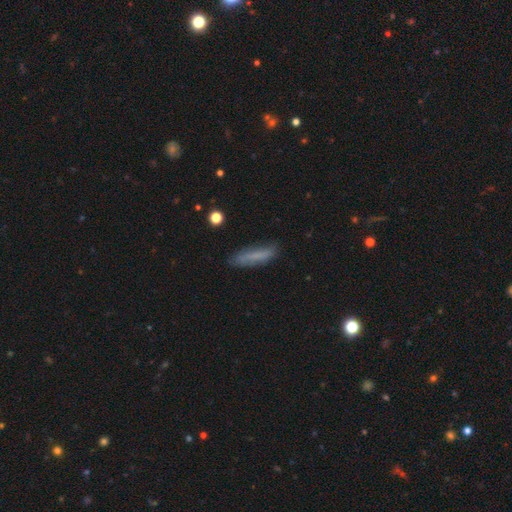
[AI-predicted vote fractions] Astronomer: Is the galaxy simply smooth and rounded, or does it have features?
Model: smooth — 69%.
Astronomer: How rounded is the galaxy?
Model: cigar-shaped — 81%.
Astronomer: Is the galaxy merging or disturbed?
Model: none — 77%.